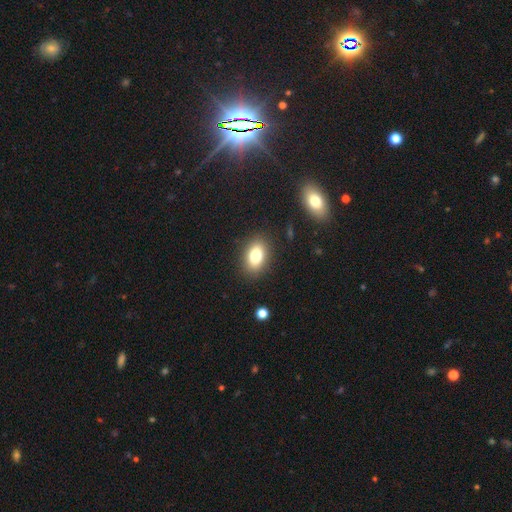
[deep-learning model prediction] A smooth galaxy with no disk features (80%) that is in between round and cigar-shaped (84%). Merging: none (87%).